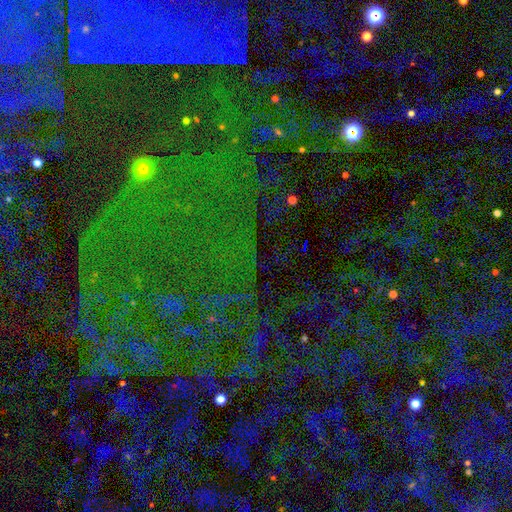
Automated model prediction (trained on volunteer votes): This appears to be a star or artifact, not a galaxy (81%).